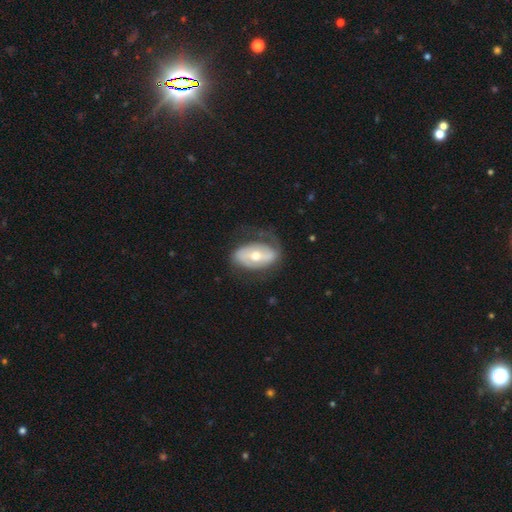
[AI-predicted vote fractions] smooth_or_featured: featured or disk (p=0.67) [alt: smooth p=0.27]
disk_edge_on: no (p=0.93) [alt: yes p=0.07]
bar: no (p=0.39) [alt: strong p=0.31]
has_spiral_arms: yes (p=0.66) [alt: no p=0.34]
bulge_size: moderate (p=0.66) [alt: small p=0.27]
merging: none (p=0.56) [alt: minor disturbance p=0.23]